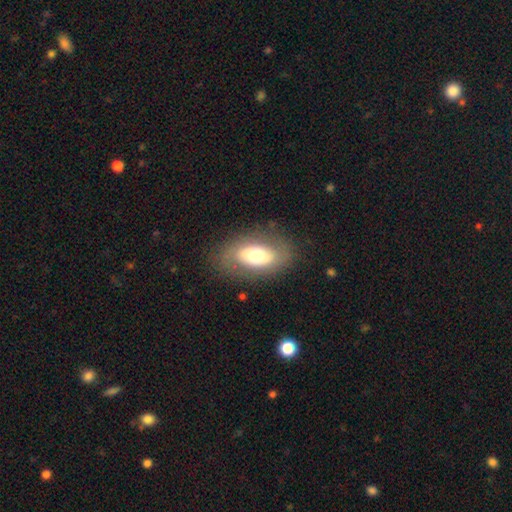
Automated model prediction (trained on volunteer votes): smooth 55%, featured or disk 37%, star or artifact 8%. Down the decision tree: how rounded — in between (90%); merging — none (79%).